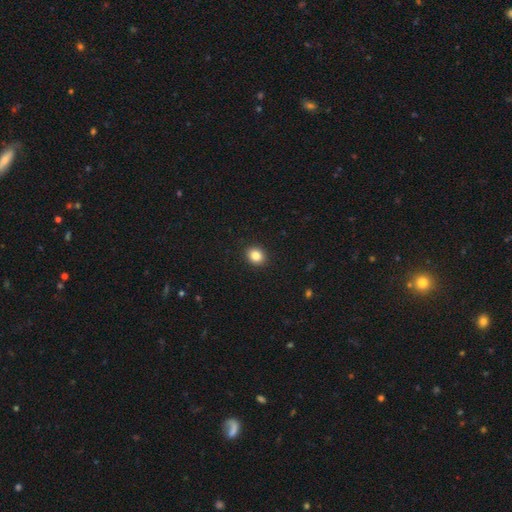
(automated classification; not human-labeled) The model was most divided on "how rounded": round: 66%, in between: 33%, cigar-shaped: 1%. More confident: merging — none (92%); smooth or featured — smooth (85%).